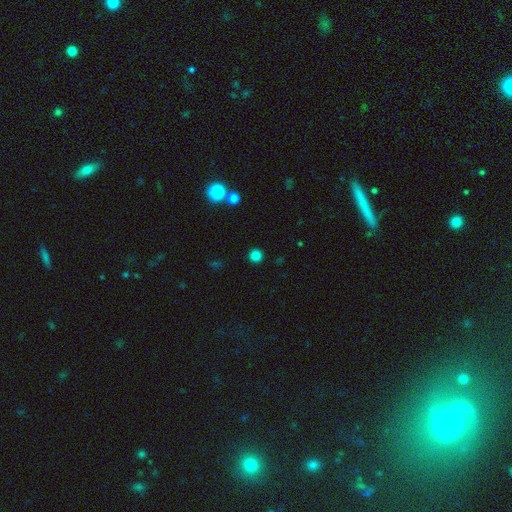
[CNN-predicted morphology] The model was most divided on "smooth or featured": smooth: 82%, star or artifact: 14%, featured or disk: 4%. More confident: how rounded — round (95%); merging — none (92%).